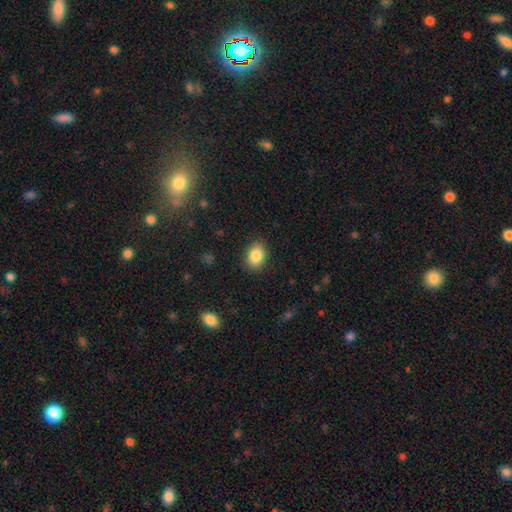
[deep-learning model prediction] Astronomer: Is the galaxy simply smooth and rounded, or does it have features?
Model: smooth — 86%.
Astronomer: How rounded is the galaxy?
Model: in between — 77%.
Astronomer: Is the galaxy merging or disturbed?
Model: none — 88%.